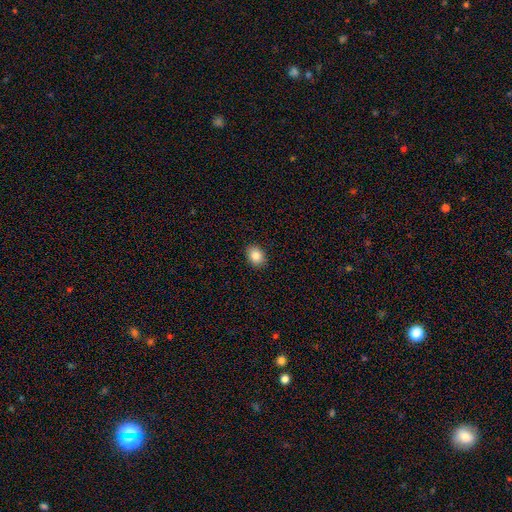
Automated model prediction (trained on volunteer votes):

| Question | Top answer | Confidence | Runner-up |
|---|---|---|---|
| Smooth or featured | smooth | 85% | star or artifact (9%) |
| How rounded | in between | 61% | round (38%) |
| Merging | none | 91% | minor disturbance (7%) |